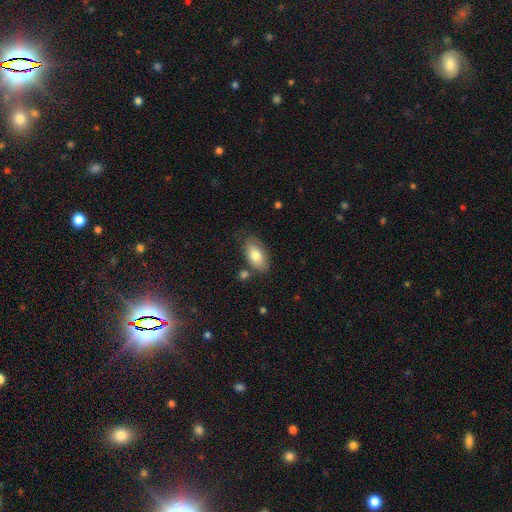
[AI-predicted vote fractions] Smooth or featured?
  - smooth: 77% *
  - featured or disk: 16%
  - star or artifact: 6%
How rounded?
  - in between: 92% *
  - cigar-shaped: 4%
  - round: 4%
Merging?
  - none: 71% *
  - minor disturbance: 18%
  - merger: 7%
  - major disturbance: 5%